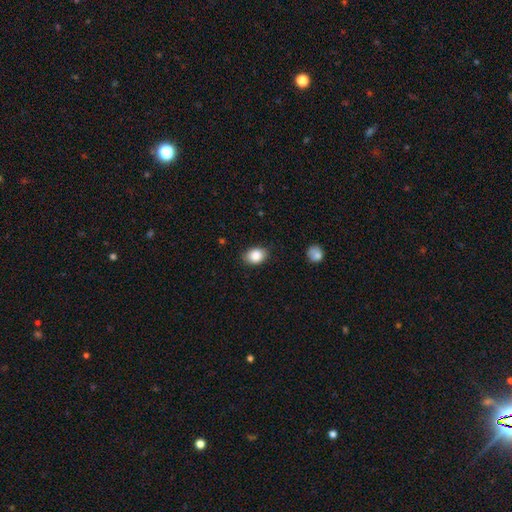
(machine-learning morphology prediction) smooth-or-featured: smooth: 87% | star or artifact: 8% | featured or disk: 5%
  how-rounded: in between: 68% | round: 31% | cigar-shaped: 1%
  merging: none: 81% | minor disturbance: 15% | major disturbance: 3% | merger: 1%